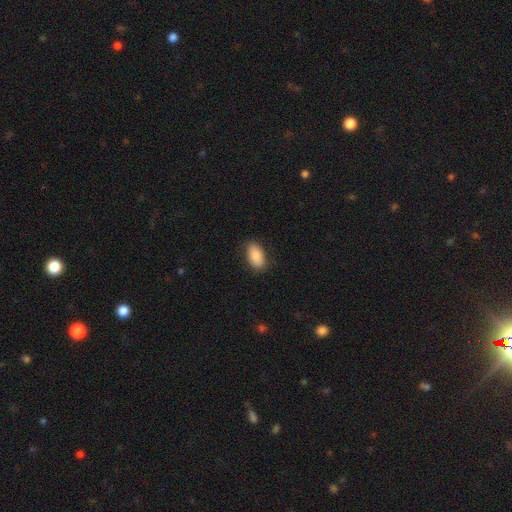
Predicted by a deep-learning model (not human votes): Smooth or featured? Predicted: smooth (p=0.85). How rounded? Predicted: in between (p=0.93). Merging? Predicted: none (p=0.83).